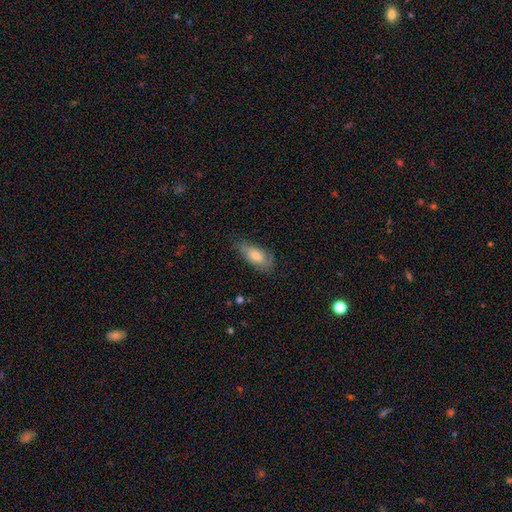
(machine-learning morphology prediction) A smooth galaxy with no disk features (61%) that is in between round and cigar-shaped (82%).

Vote fractions:
- Smooth or featured? smooth: 61% / featured or disk: 31% / star or artifact: 8%
- How rounded? in between: 82% / cigar-shaped: 14% / round: 4%
- Merging? none: 64% / minor disturbance: 27% / major disturbance: 8% / merger: 1%